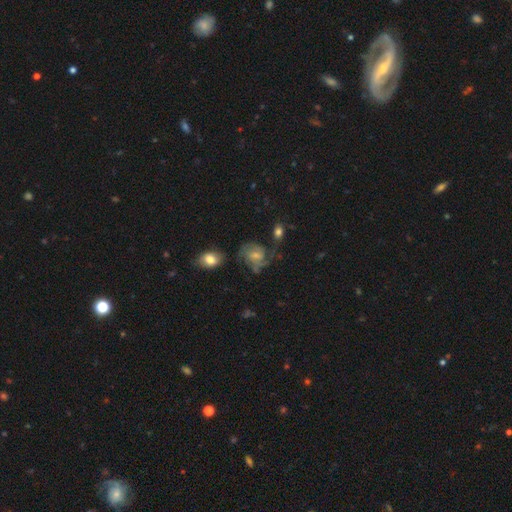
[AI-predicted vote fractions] Smooth or featured: featured or disk — 59% (smooth — 32%)
Edge-on disk: no — 97% (yes — 3%)
Bar: no — 51% (weak — 41%)
Spiral arms: yes — 82% (no — 18%)
Bulge size: small — 50% (moderate — 34%)
Merging: none — 46% (minor disturbance — 25%)